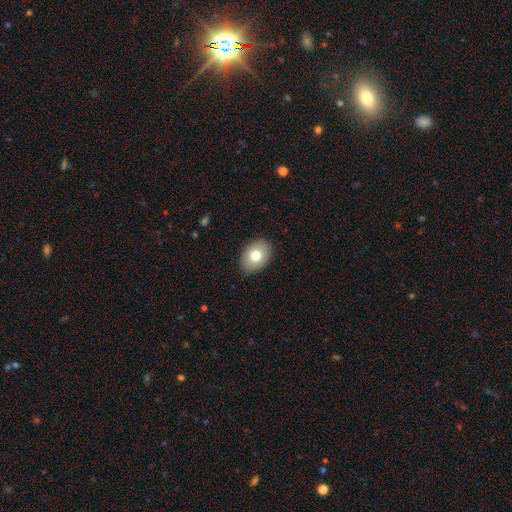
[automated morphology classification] The model was most divided on "how rounded": in between: 73%, round: 26%, cigar-shaped: 1%. More confident: merging — none (88%); smooth or featured — smooth (76%).